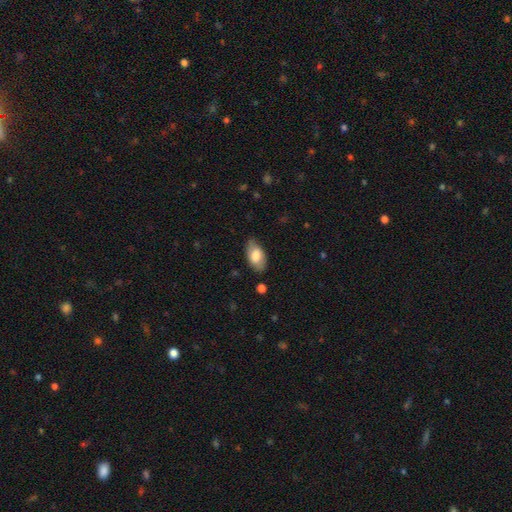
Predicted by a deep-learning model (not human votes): Morphology: type=smooth (71%); roundness=in between (94%); merging=none (76%).